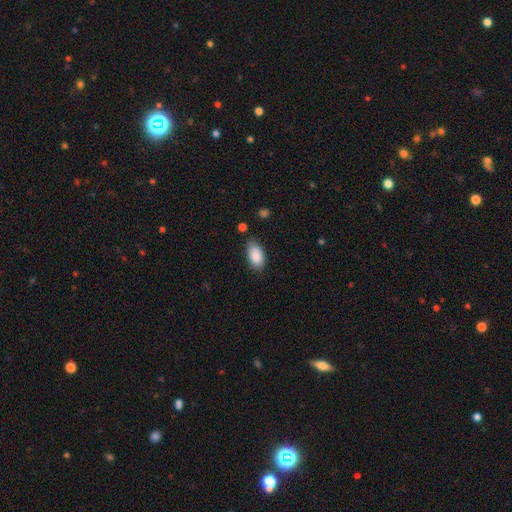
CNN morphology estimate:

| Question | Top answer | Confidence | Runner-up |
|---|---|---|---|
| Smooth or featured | smooth | 88% | star or artifact (7%) |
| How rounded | in between | 93% | cigar-shaped (3%) |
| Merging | none | 75% | minor disturbance (19%) |